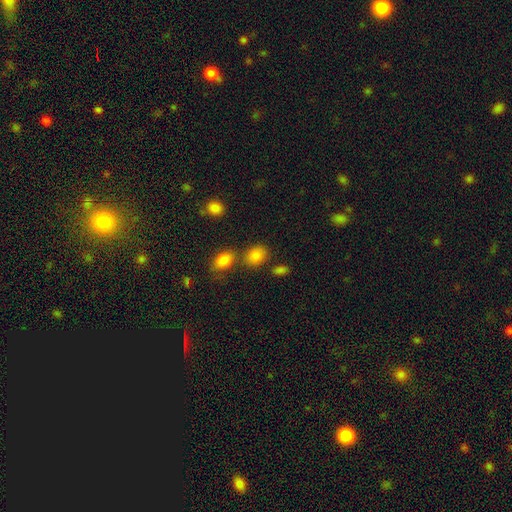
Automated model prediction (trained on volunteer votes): A smooth galaxy with no disk features (84%) that is in between round and cigar-shaped (63%).

Vote fractions:
- Smooth or featured? smooth: 84% / star or artifact: 10% / featured or disk: 5%
- How rounded? in between: 63% / round: 36% / cigar-shaped: 1%
- Merging? none: 66% / merger: 18% / minor disturbance: 12% / major disturbance: 4%